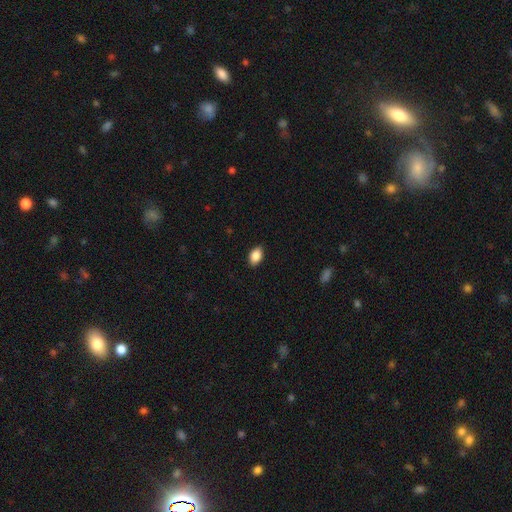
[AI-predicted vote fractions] Q: Smooth or featured?
A: smooth (88%); runner-up: star or artifact (7%)
Q: How rounded?
A: in between (90%); runner-up: round (9%)
Q: Merging?
A: none (88%); runner-up: minor disturbance (9%)